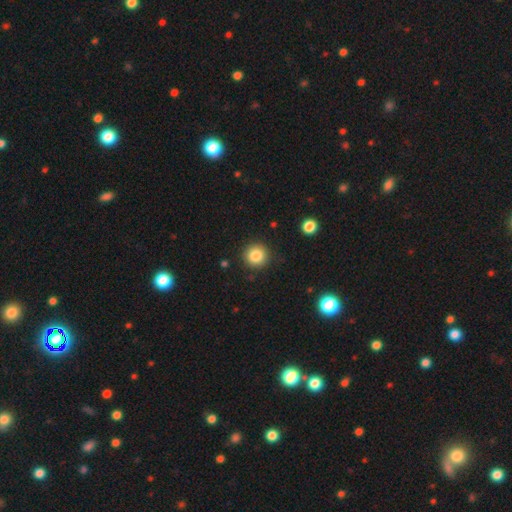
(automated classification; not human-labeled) This is clearly a smooth galaxy (84%). How rounded: clearly round (94%). Merging: clearly none (89%).